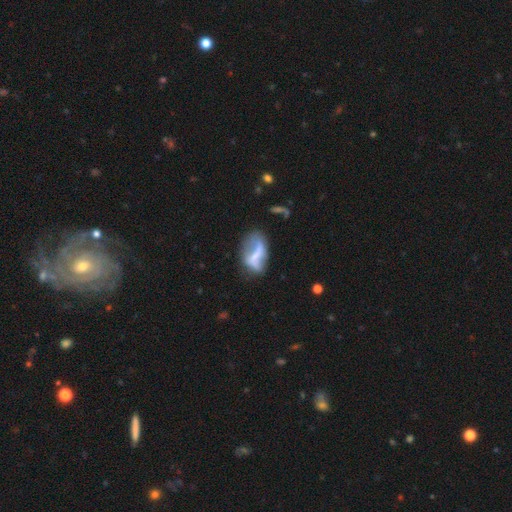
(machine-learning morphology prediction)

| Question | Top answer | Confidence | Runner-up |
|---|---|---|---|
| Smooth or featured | featured or disk | 52% | smooth (39%) |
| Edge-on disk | no | 93% | yes (7%) |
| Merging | none | 41% | minor disturbance (27%) |